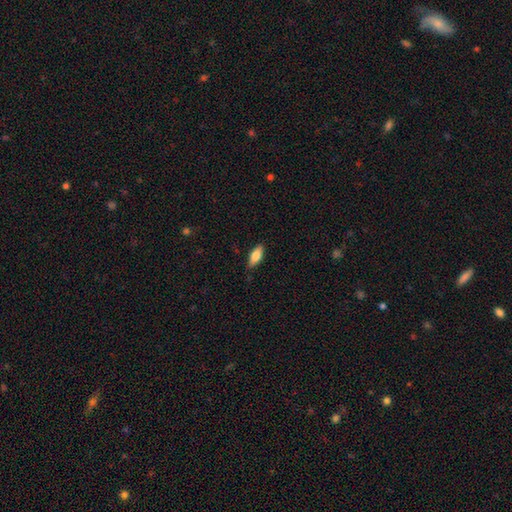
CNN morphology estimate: Smooth or featured? smooth (76%)
How rounded? in between (77%)
Merging? none (83%)